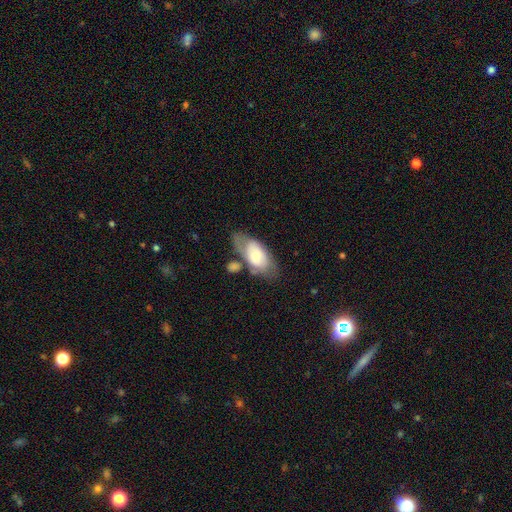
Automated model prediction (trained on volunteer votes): This is possibly a smooth galaxy (54%). How rounded: clearly in between (89%). Merging: possibly none (48%).